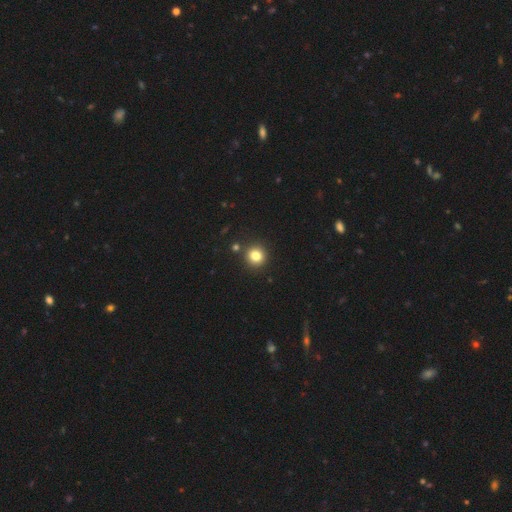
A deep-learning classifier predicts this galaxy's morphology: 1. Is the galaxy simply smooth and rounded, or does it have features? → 81% smooth, 13% star or artifact, 6% featured or disk.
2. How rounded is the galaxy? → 92% round, 7% in between, 1% cigar-shaped.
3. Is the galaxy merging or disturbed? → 88% none, 6% minor disturbance, 4% merger, 2% major disturbance.